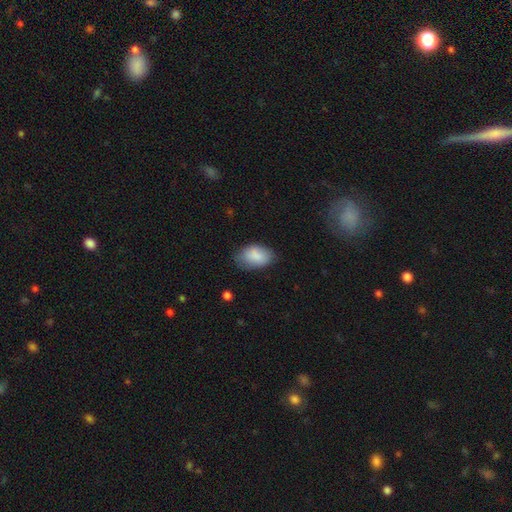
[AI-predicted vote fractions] Q: Smooth or featured?
A: smooth (85%); runner-up: featured or disk (9%)
Q: How rounded?
A: in between (91%); runner-up: round (7%)
Q: Merging?
A: none (68%); runner-up: minor disturbance (25%)